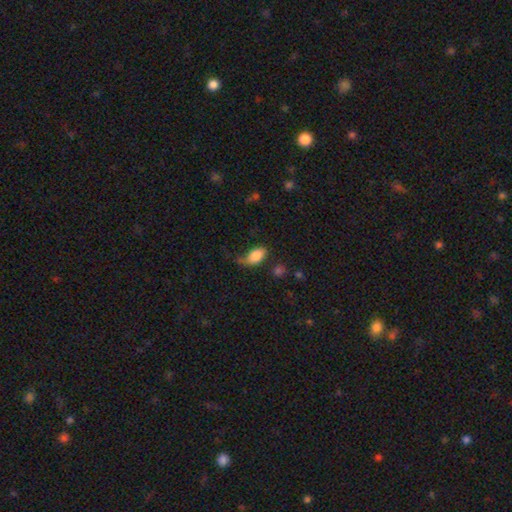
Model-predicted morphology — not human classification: Smooth or featured: smooth — 84% (featured or disk — 8%)
How rounded: in between — 92% (round — 5%)
Merging: none — 44% (minor disturbance — 33%)